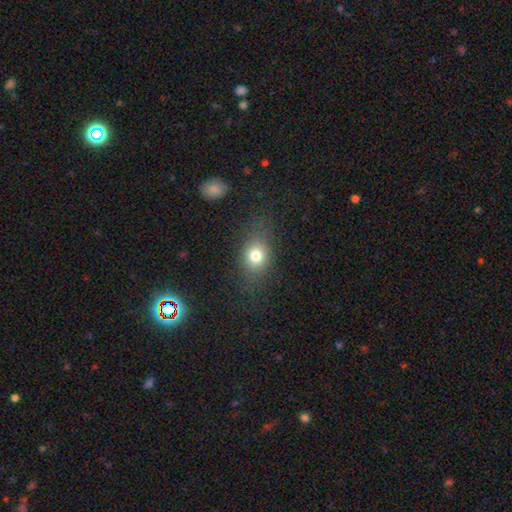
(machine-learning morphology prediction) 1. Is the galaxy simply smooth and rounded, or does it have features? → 76% smooth, 12% star or artifact, 11% featured or disk.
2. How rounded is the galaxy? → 50% in between, 47% round, 3% cigar-shaped.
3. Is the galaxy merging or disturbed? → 75% none, 15% minor disturbance, 8% major disturbance, 2% merger.